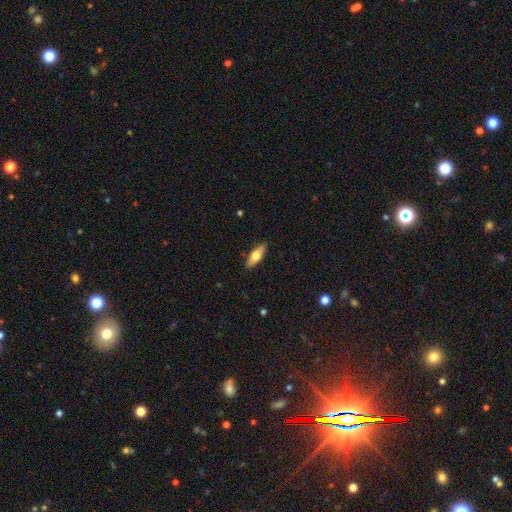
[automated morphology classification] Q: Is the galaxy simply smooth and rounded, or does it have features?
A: smooth — 64%.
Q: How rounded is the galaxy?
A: in between — 61%.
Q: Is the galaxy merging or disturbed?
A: none — 88%.